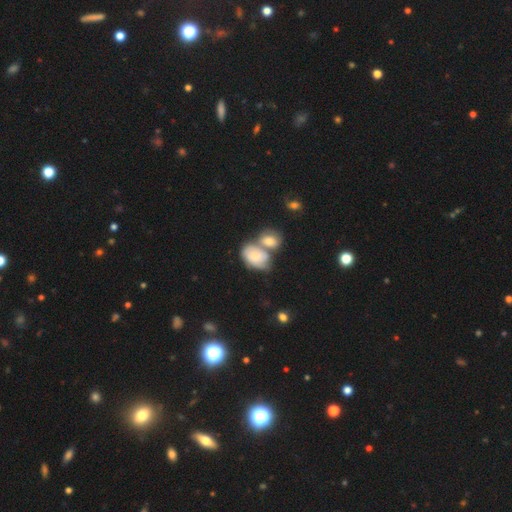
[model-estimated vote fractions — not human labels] smooth-or-featured: smooth: 54% | featured or disk: 38% | star or artifact: 8%
  how-rounded: in between: 80% | round: 19% | cigar-shaped: 1%
  merging: merger: 57% | none: 24% | minor disturbance: 13% | major disturbance: 7%